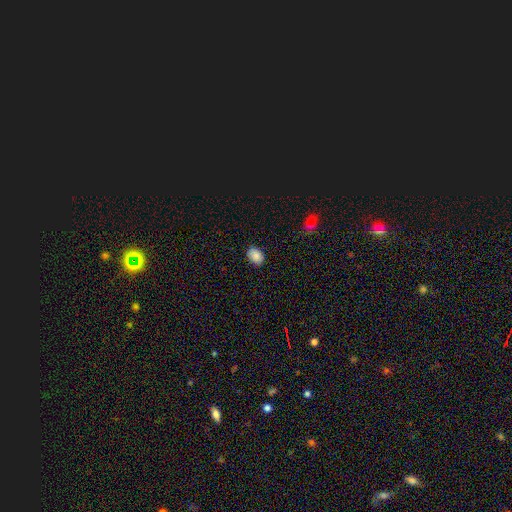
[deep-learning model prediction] Smooth or featured? Predicted: smooth (p=0.87). How rounded? Predicted: in between (p=0.77). Merging? Predicted: none (p=0.85).